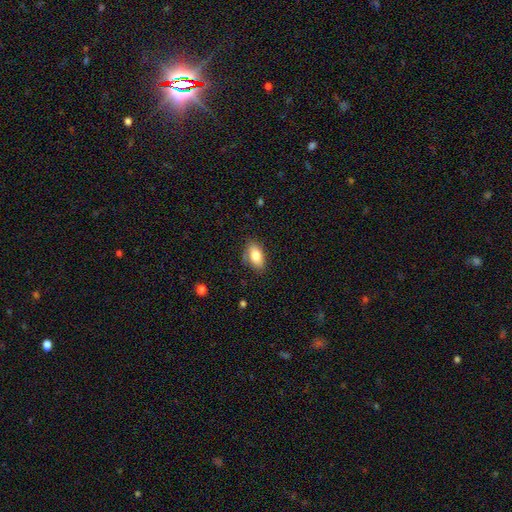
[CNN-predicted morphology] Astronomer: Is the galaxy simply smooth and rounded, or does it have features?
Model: smooth — 79%.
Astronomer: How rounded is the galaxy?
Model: in between — 91%.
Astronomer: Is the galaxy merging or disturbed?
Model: none — 74%.